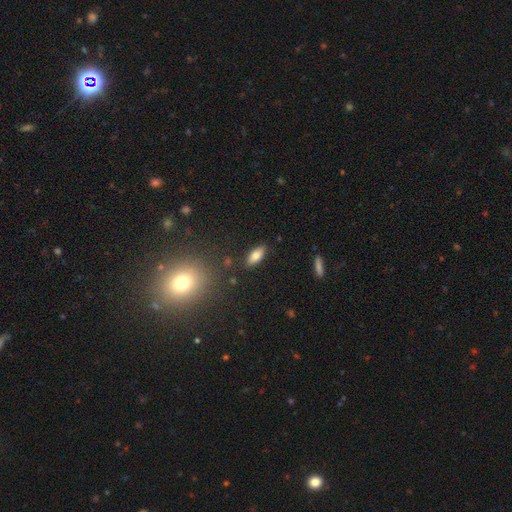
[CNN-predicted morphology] A smooth galaxy with no disk features (77%) that is in between round and cigar-shaped (81%).

Vote fractions:
- Smooth or featured? smooth: 77% / featured or disk: 14% / star or artifact: 8%
- How rounded? in between: 81% / cigar-shaped: 16% / round: 3%
- Merging? none: 86% / minor disturbance: 9% / major disturbance: 2% / merger: 2%